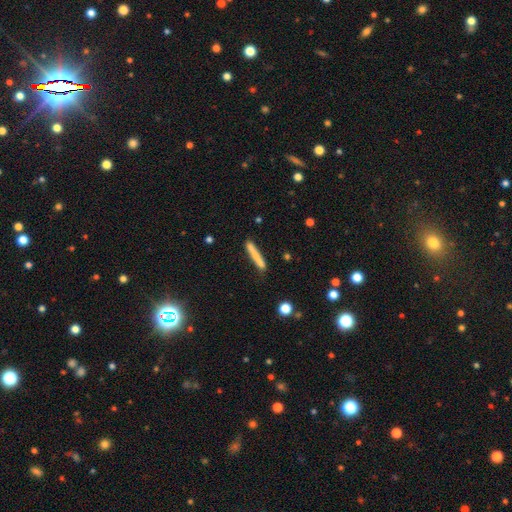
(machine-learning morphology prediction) The model was most divided on "smooth or featured": smooth: 71%, featured or disk: 22%, star or artifact: 7%. More confident: how rounded — cigar-shaped (95%); merging — none (79%).